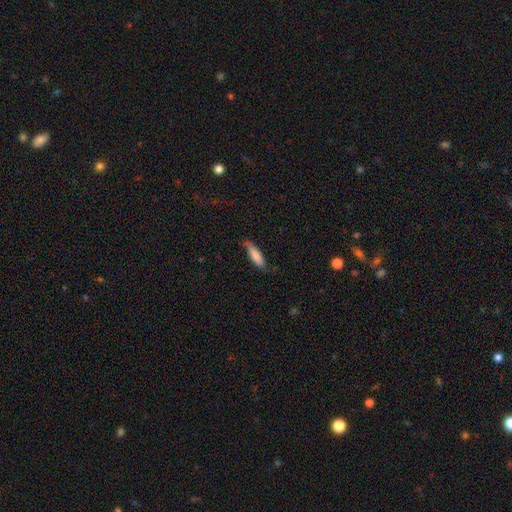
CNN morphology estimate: Smooth or featured? smooth (81%)
How rounded? cigar-shaped (59%)
Merging? none (74%)